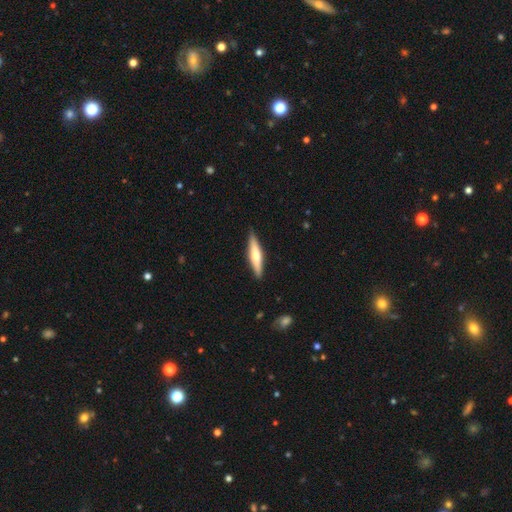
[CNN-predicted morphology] Smooth or featured: featured or disk — 50% (smooth — 45%)
Merging: none — 89% (minor disturbance — 8%)